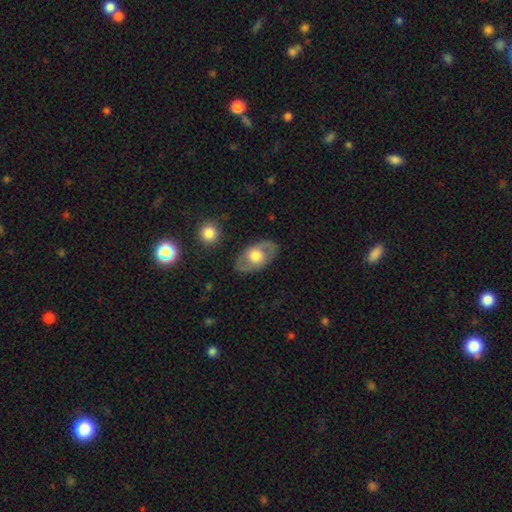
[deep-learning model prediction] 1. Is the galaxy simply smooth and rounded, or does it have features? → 48% featured or disk, 47% smooth, 5% star or artifact.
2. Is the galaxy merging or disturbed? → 83% none, 12% minor disturbance, 4% major disturbance, 1% merger.